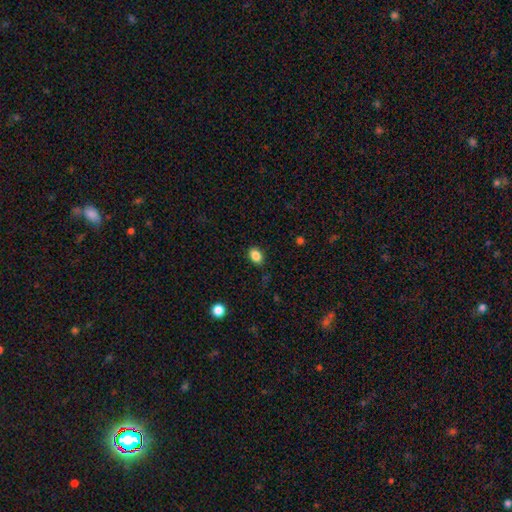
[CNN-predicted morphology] Overall: smooth (86%). How rounded: in between (75%). Merging: none (85%).